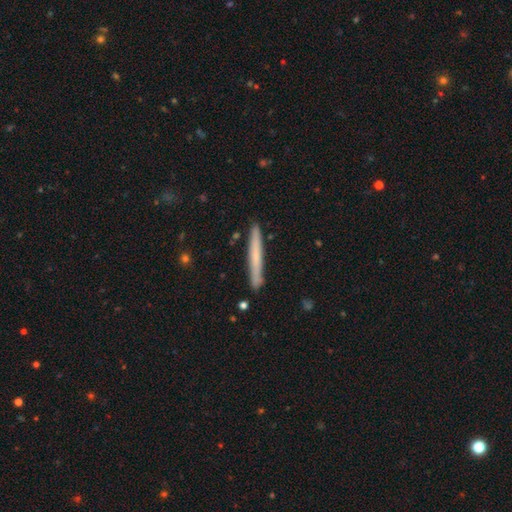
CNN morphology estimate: smooth_or_featured: smooth (p=0.59) [alt: featured or disk p=0.35]
how_rounded: cigar-shaped (p=0.97) [alt: in between p=0.02]
merging: none (p=0.90) [alt: minor disturbance p=0.07]